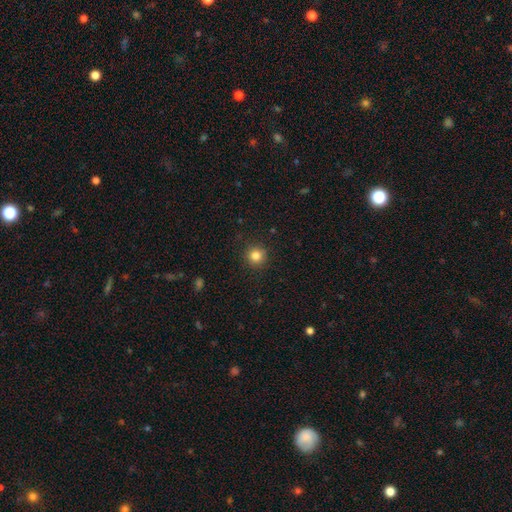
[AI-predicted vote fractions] Smooth or featured?
  - smooth: 83% *
  - star or artifact: 12%
  - featured or disk: 5%
How rounded?
  - round: 94% *
  - in between: 5%
  - cigar-shaped: 1%
Merging?
  - none: 91% *
  - minor disturbance: 6%
  - major disturbance: 2%
  - merger: 1%